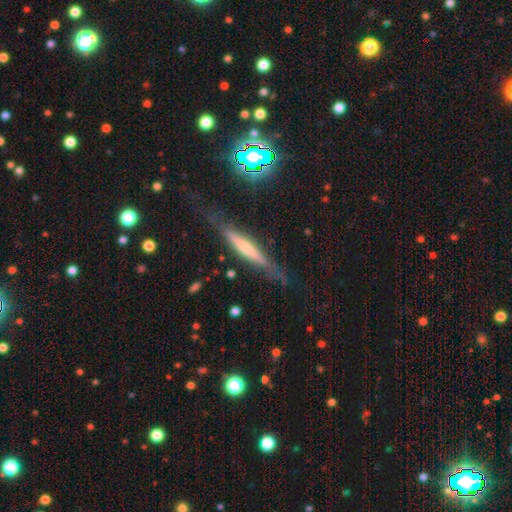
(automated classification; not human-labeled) Morphology: type=featured or disk (52%); edge-on=yes (91%); merging=none (70%).